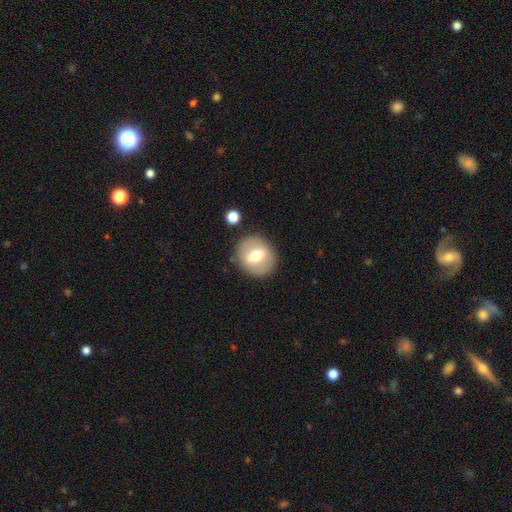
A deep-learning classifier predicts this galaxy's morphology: Q: Smooth or featured?
A: smooth (55%); runner-up: featured or disk (38%)
Q: How rounded?
A: round (76%); runner-up: in between (23%)
Q: Merging?
A: none (85%); runner-up: minor disturbance (9%)